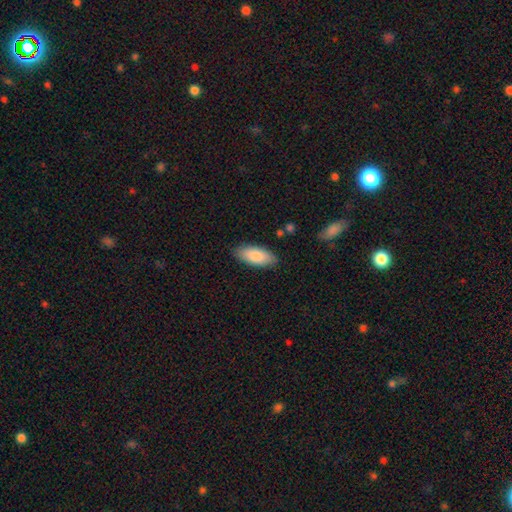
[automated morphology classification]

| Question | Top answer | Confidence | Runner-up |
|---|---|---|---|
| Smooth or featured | smooth | 83% | featured or disk (11%) |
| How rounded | in between | 87% | cigar-shaped (11%) |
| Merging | none | 86% | minor disturbance (11%) |